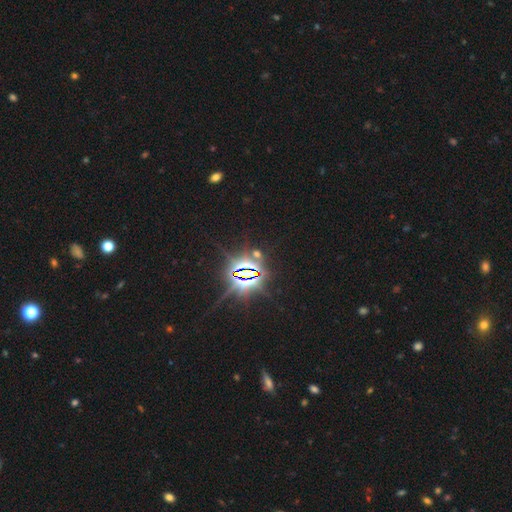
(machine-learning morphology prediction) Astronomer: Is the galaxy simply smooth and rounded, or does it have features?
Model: star or artifact — 87%.